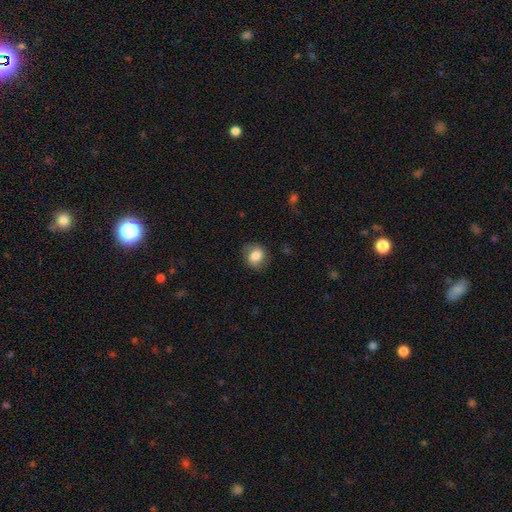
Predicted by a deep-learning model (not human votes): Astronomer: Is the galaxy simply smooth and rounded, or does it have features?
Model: smooth — 80%.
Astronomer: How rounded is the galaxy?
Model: round — 67%.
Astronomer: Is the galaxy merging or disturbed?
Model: none — 77%.